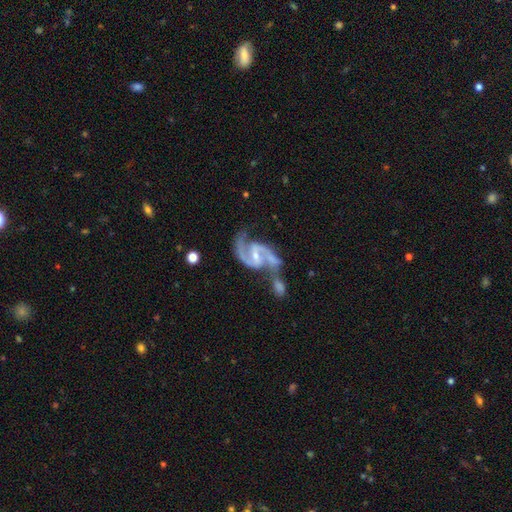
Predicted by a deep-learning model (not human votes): featured or disk 92%, star or artifact 4%, smooth 3%. Down the decision tree: edge-on disk — no (98%); bar — weak (45%); spiral arms — yes (98%); spiral arm count — 2 (93%); spiral winding — medium (59%); bulge size — small (60%); merging — merger (38%).